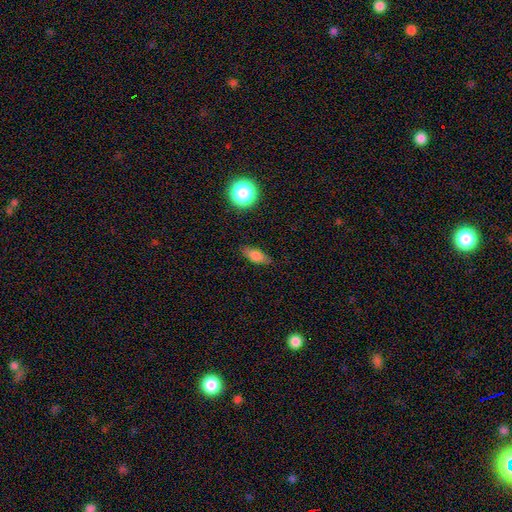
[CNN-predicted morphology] The model was most divided on "how rounded": in between: 71%, cigar-shaped: 22%, round: 7%. More confident: merging — none (83%); smooth or featured — smooth (74%).